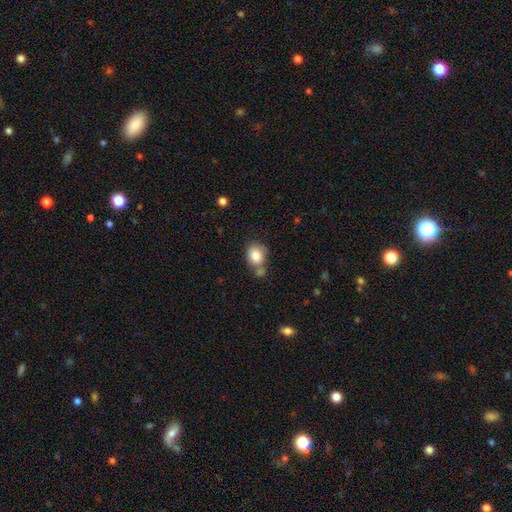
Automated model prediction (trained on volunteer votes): Q: Smooth or featured?
A: smooth (83%); runner-up: star or artifact (9%)
Q: How rounded?
A: round (55%); runner-up: in between (44%)
Q: Merging?
A: none (53%); runner-up: merger (25%)